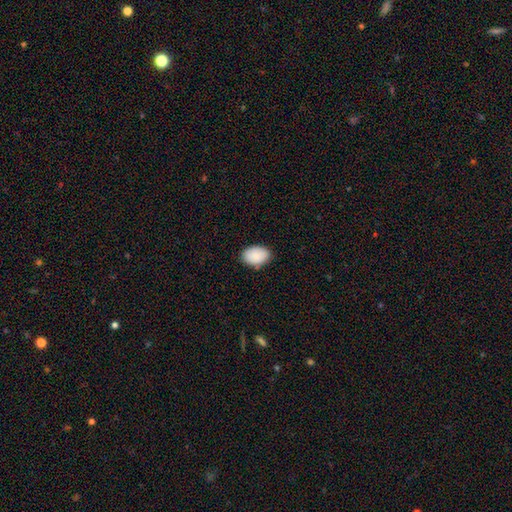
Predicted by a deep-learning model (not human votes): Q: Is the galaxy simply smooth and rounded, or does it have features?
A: smooth — 89%.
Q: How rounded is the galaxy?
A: in between — 86%.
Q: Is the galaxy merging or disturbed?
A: none — 84%.